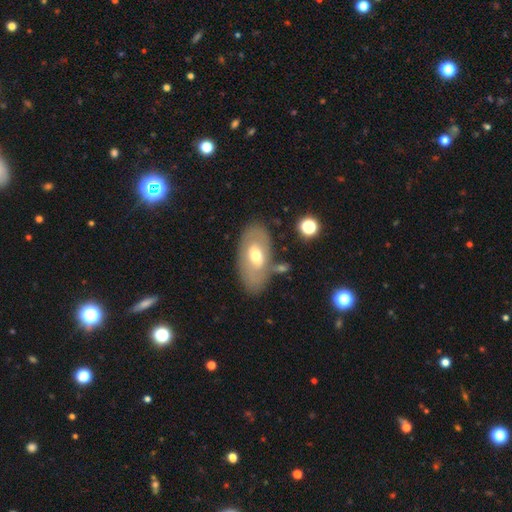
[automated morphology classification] This appears to be a featured or disk galaxy (48%). Merging: none (68%).